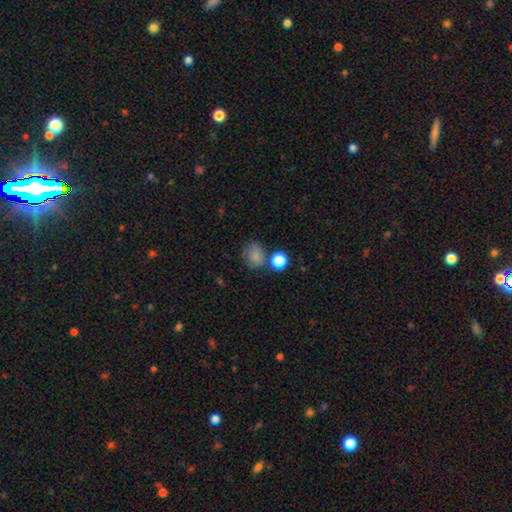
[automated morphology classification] Smooth or featured? Predicted: smooth (p=0.81). How rounded? Predicted: round (p=0.69). Merging? Predicted: none (p=0.65).